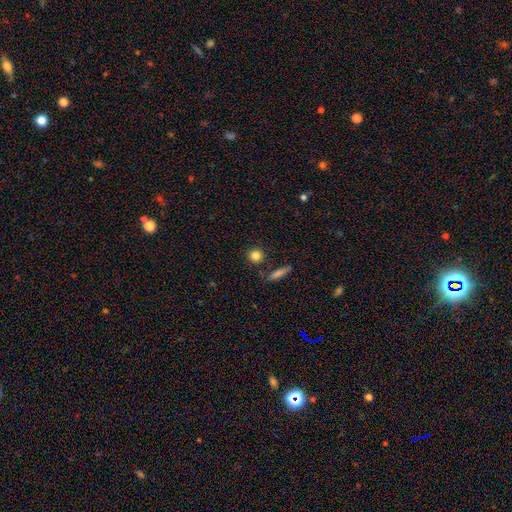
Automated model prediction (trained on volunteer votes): This appears to be a smooth galaxy with no disk features (83%) that is round (86%). Merging: none (84%).